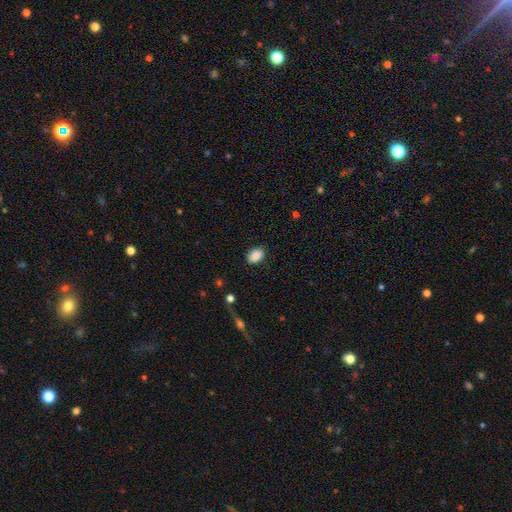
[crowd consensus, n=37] Q: Smooth or featured?
A: smooth (92%); runner-up: featured or disk (5%)
Q: How rounded?
A: in between (79%); runner-up: round (21%)
Q: Merging?
A: none (86%); runner-up: minor disturbance (14%)